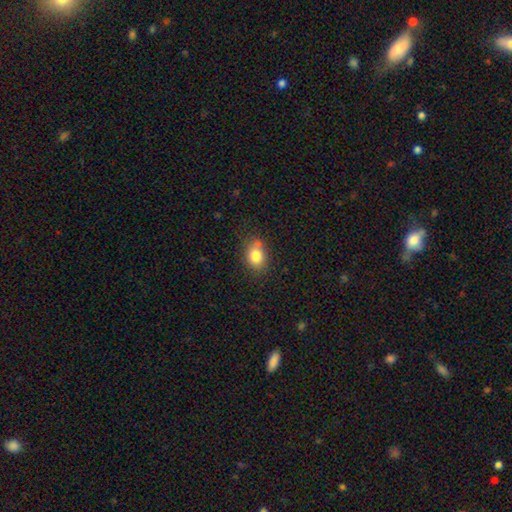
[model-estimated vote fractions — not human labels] Morphology: type=smooth (81%); roundness=in between (58%); merging=none (67%).